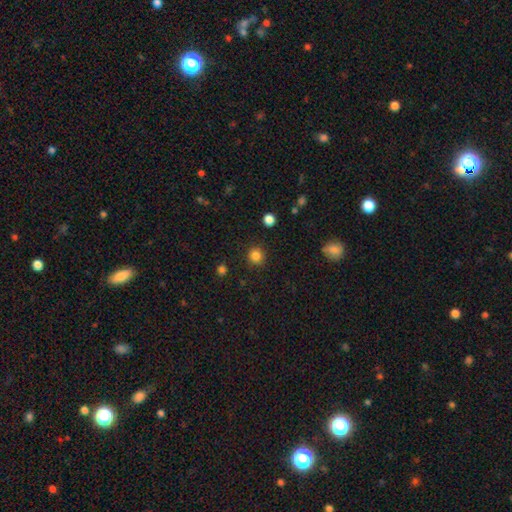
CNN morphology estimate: smooth 84%, star or artifact 13%, featured or disk 4%. Down the decision tree: how rounded — round (93%); merging — none (90%).